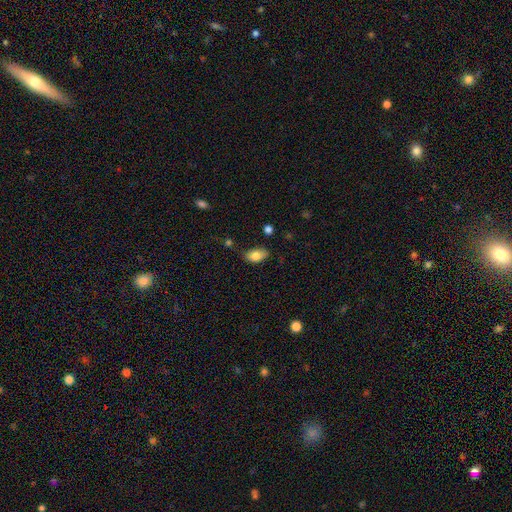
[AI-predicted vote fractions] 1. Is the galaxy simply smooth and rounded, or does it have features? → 82% smooth, 11% featured or disk, 7% star or artifact.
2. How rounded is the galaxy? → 91% in between, 6% round, 3% cigar-shaped.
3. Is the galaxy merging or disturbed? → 70% none, 23% minor disturbance, 4% major disturbance, 3% merger.